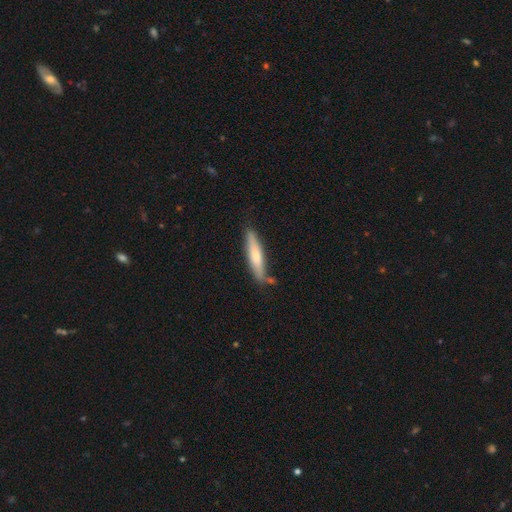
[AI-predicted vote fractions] Morphology: type=smooth (63%); roundness=cigar-shaped (85%); merging=none (72%).